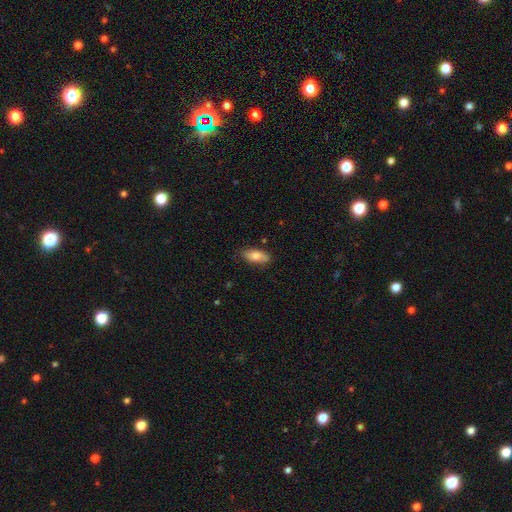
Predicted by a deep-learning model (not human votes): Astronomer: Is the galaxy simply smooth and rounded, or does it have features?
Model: smooth — 80%.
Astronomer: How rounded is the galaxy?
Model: in between — 80%.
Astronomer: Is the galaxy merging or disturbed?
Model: none — 80%.